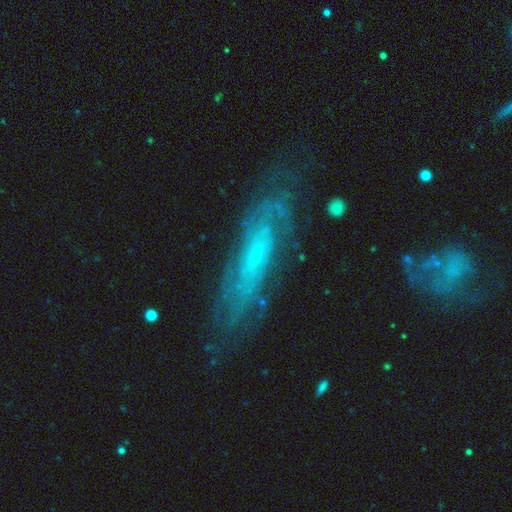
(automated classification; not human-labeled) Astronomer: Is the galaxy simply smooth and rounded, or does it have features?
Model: featured or disk — 74%.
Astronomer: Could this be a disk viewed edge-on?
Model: no — 73%.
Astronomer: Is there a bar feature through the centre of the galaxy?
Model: no — 57% (runner-up: weak, 35%).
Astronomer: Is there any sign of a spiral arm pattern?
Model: yes — 86%.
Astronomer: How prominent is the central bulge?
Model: small — 57%.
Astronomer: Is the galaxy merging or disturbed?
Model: none — 71%.